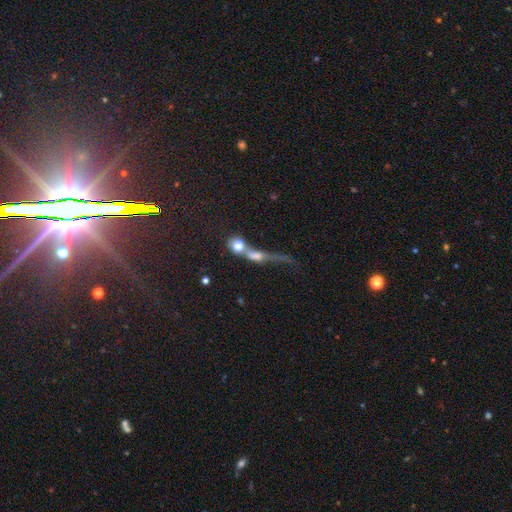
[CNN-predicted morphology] smooth_or_featured: smooth (p=0.56) [alt: featured or disk p=0.30]
how_rounded: round (p=0.48) [alt: in between p=0.31]
merging: merger (p=0.66) [alt: none p=0.15]